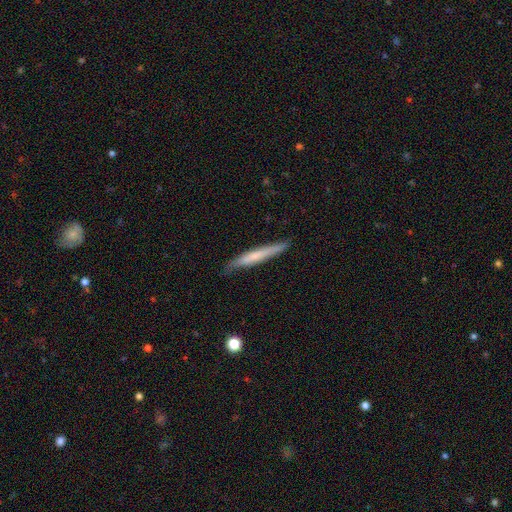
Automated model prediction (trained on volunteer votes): Smooth or featured: smooth — 58% (featured or disk — 37%)
How rounded: cigar-shaped — 96% (in between — 3%)
Merging: none — 81% (minor disturbance — 15%)